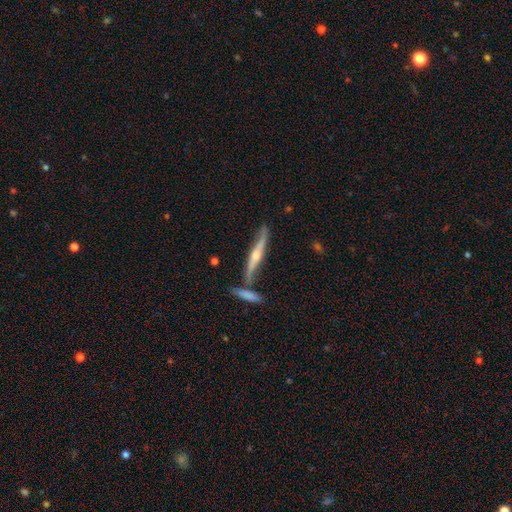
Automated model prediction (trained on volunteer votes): A featured or disk galaxy (77%) viewed edge-on (94%) with a rounded central bulge (89%).

Vote fractions:
- Smooth or featured? featured or disk: 77% / smooth: 16% / star or artifact: 7%
- Edge-on disk? yes: 94% / no: 6%
- Edge-on bulge? rounded: 89% / none: 7% / boxy: 4%
- Merging? none: 69% / merger: 16% / minor disturbance: 11% / major disturbance: 4%